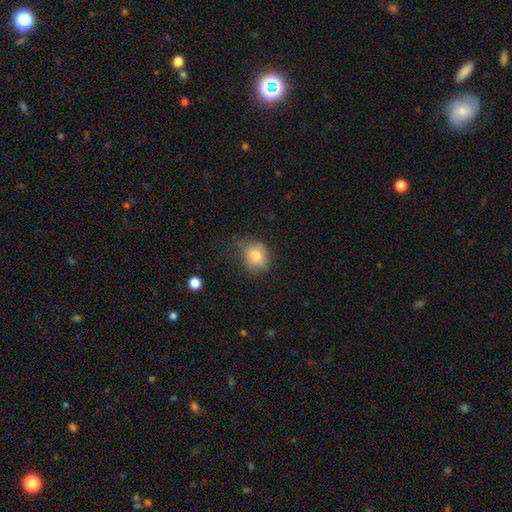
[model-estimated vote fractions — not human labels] Overall: smooth (79%). How rounded: round (66%; in between 33%). Merging: none (62%; minor disturbance 27%).